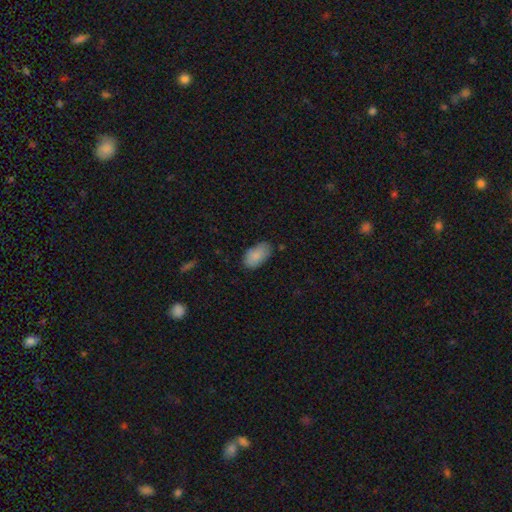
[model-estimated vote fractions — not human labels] A smooth galaxy with no disk features (87%) that is in between round and cigar-shaped (95%).

Vote fractions:
- Smooth or featured? smooth: 87% / featured or disk: 7% / star or artifact: 6%
- How rounded? in between: 95% / round: 4% / cigar-shaped: 2%
- Merging? none: 77% / minor disturbance: 18% / major disturbance: 3% / merger: 2%